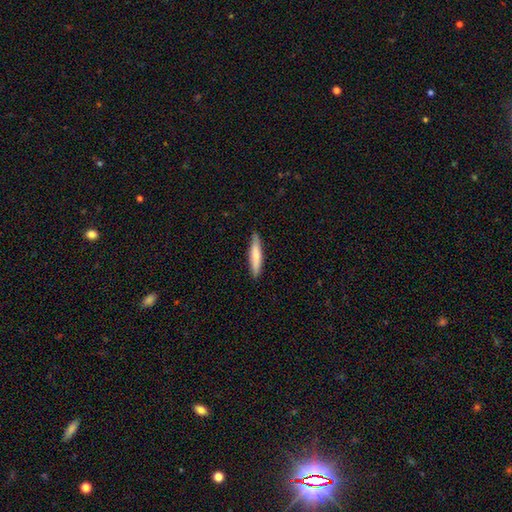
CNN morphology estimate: Smooth or featured: smooth — 76% (featured or disk — 19%)
How rounded: cigar-shaped — 88% (in between — 11%)
Merging: none — 88% (minor disturbance — 9%)